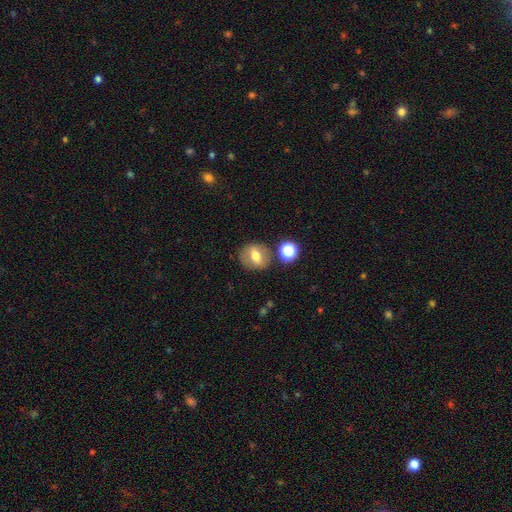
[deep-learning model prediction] smooth-or-featured: smooth: 60% | featured or disk: 29% | star or artifact: 11%
  how-rounded: round: 63% | in between: 35% | cigar-shaped: 2%
  merging: none: 75% | minor disturbance: 12% | merger: 8% | major disturbance: 5%